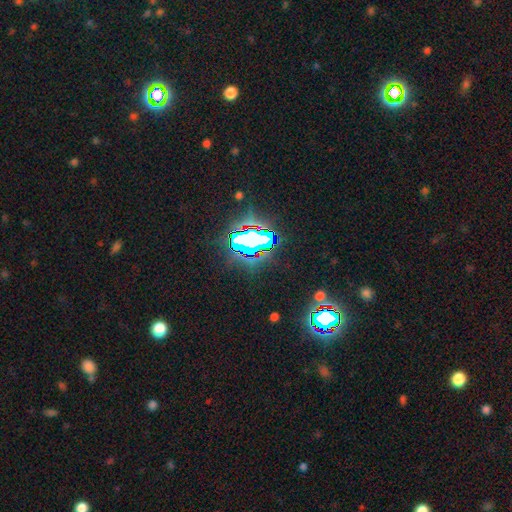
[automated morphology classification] This appears to be a star or artifact, not a galaxy (74%).